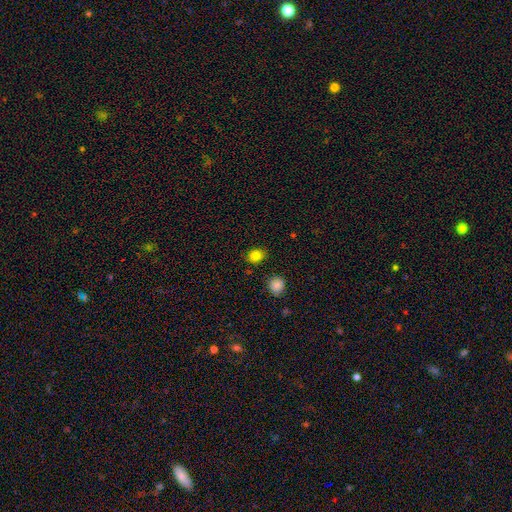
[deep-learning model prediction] A smooth galaxy with no disk features (83%) that is round (61%).

Vote fractions:
- Smooth or featured? smooth: 83% / star or artifact: 12% / featured or disk: 5%
- How rounded? round: 61% / in between: 38% / cigar-shaped: 1%
- Merging? none: 85% / minor disturbance: 10% / merger: 3% / major disturbance: 3%